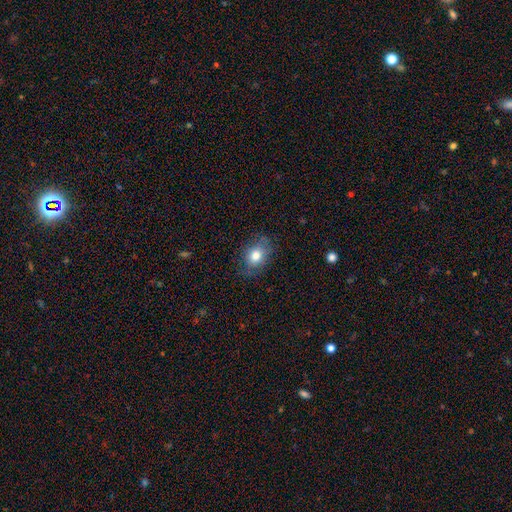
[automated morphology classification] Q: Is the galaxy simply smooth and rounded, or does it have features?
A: smooth — 79%.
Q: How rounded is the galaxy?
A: in between — 62%.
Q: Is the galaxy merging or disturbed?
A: none — 73%.